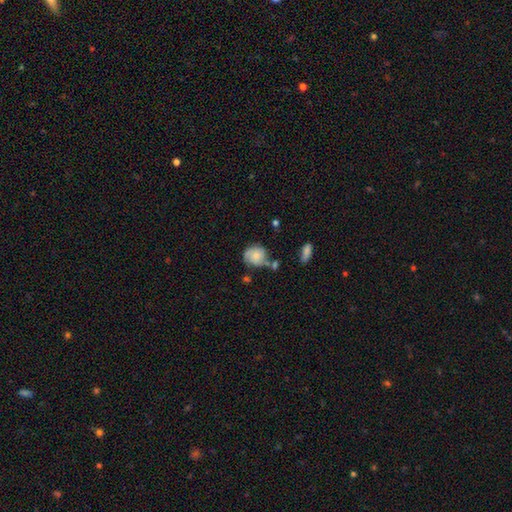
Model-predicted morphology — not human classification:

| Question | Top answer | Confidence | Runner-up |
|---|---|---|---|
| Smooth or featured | smooth | 56% | featured or disk (36%) |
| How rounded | round | 71% | in between (28%) |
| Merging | none | 49% | minor disturbance (26%) |